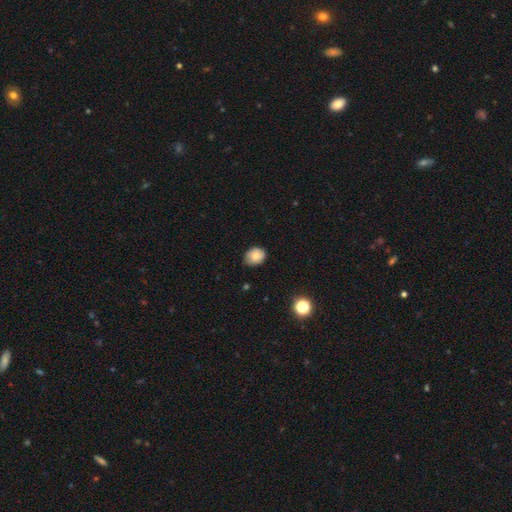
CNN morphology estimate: type=smooth (79%); roundness=round (50%); merging=none (72%).